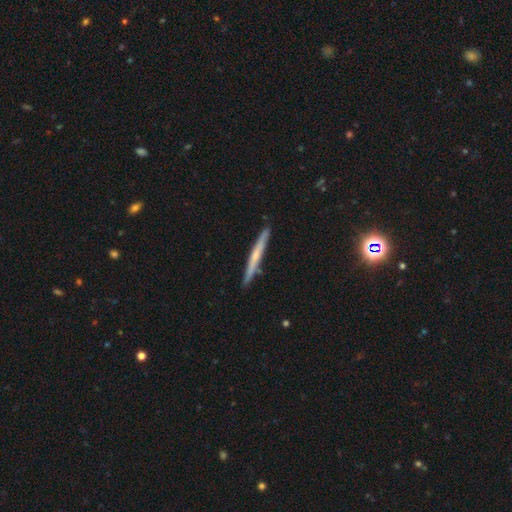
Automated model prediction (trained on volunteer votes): Overall: featured or disk (52%; smooth 42%). Edge-on disk: yes (96%). Merging: none (89%).